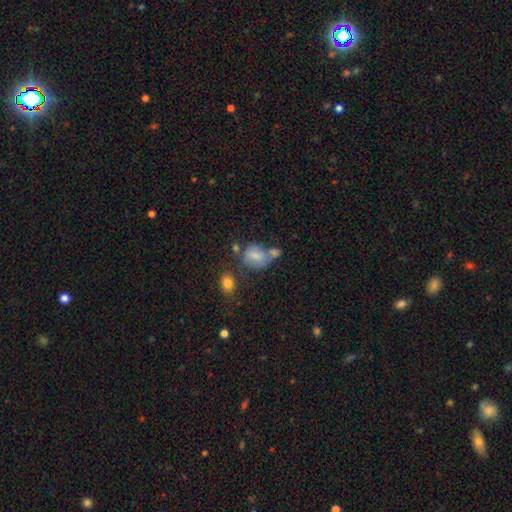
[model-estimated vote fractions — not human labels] Q: Smooth or featured?
A: smooth (68%); runner-up: featured or disk (22%)
Q: How rounded?
A: in between (50%); runner-up: round (48%)
Q: Merging?
A: merger (34%); runner-up: none (32%)